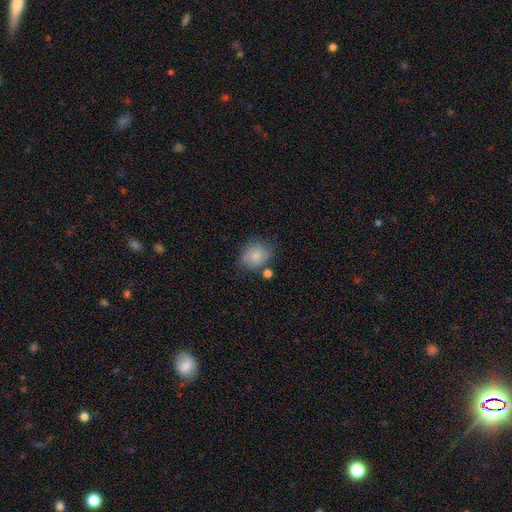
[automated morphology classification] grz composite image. It shows a smooth galaxy with no disk features (78%) that is in between round and cigar-shaped (51%). Merging: none (58%).